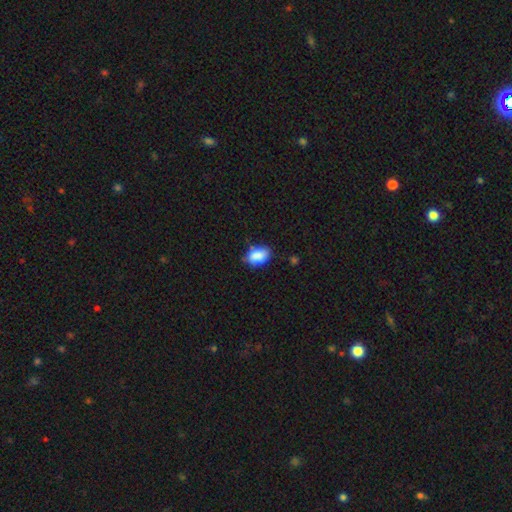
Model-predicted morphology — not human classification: A smooth galaxy with no disk features (85%) that is in between round and cigar-shaped (86%). Merging: none (63%).